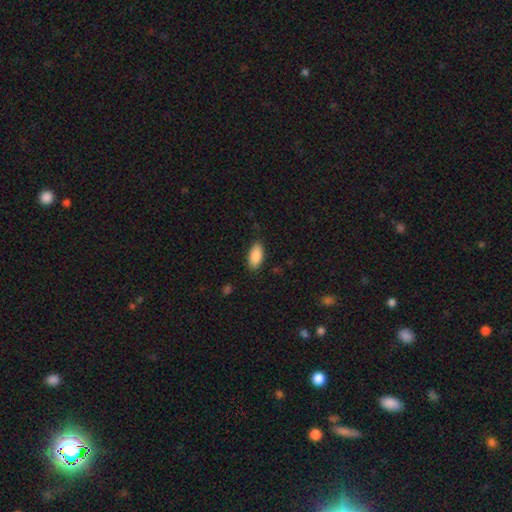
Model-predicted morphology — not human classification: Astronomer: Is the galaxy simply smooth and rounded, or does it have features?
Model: smooth — 89%.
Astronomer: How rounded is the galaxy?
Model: in between — 91%.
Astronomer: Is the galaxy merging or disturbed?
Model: none — 84%.